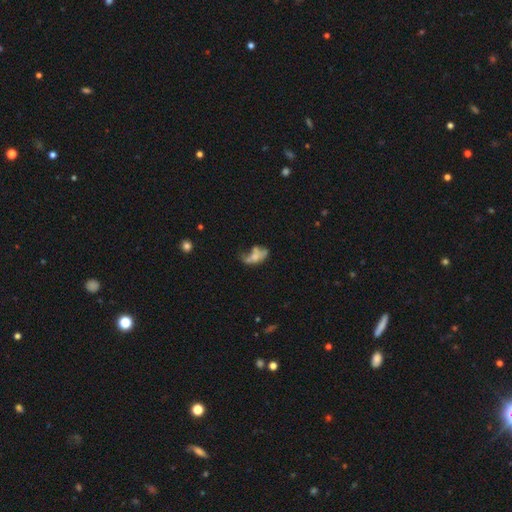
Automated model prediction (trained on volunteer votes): This is possibly a smooth galaxy (46%). Merging: marginally major disturbance (32%).